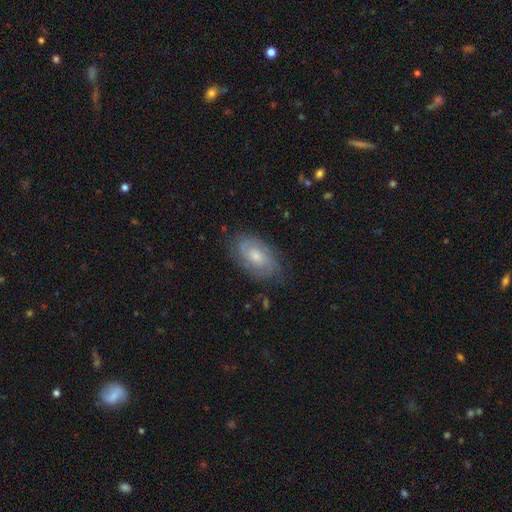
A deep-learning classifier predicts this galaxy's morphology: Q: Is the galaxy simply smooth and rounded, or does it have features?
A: featured or disk — 70%.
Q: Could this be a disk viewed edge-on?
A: no — 95%.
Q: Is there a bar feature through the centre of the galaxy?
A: no — 65%.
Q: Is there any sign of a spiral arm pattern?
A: yes — 90%.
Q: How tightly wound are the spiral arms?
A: tight — 55%.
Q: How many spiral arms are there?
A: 2 — 58%.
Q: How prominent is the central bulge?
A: moderate — 48%.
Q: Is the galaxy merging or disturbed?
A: none — 76%.